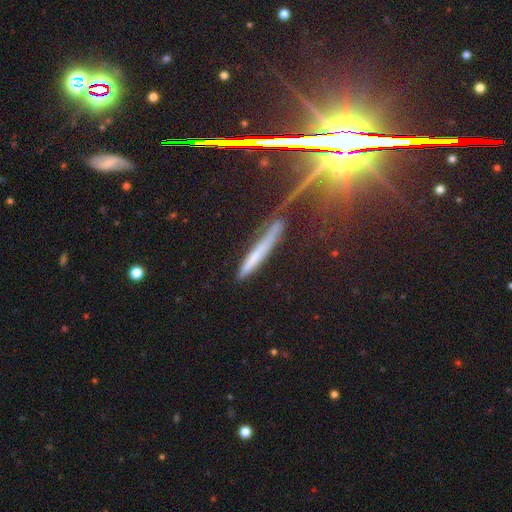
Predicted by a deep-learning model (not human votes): This appears to be a smooth galaxy with no disk features (51%) that is cigar-shaped (95%). Merging: none (73%).